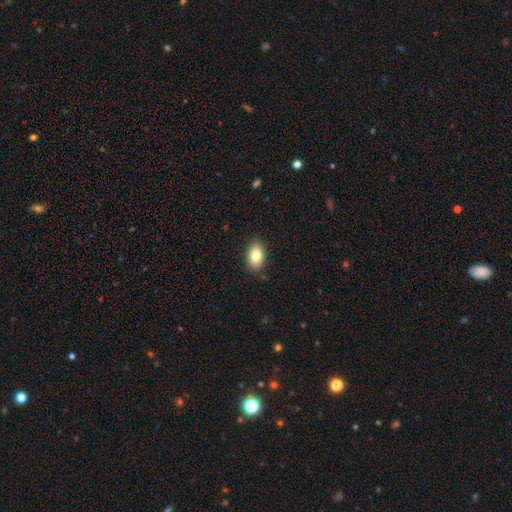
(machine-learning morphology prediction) This appears to be a smooth galaxy with no disk features (81%) that is in between round and cigar-shaped (89%). Merging: none (88%).